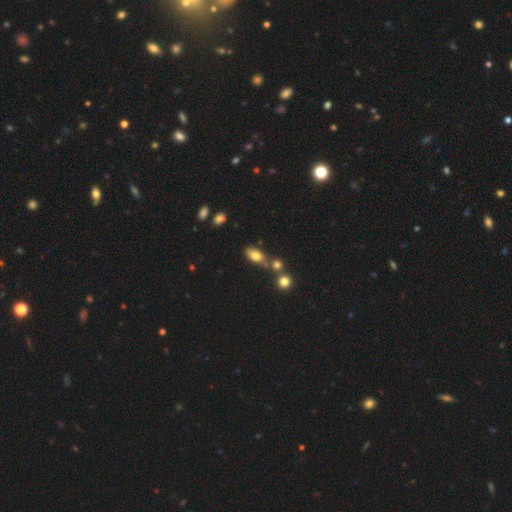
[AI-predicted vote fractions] Smooth or featured? Predicted: smooth (p=0.75). How rounded? Predicted: in between (p=0.85). Merging? Predicted: none (p=0.55).